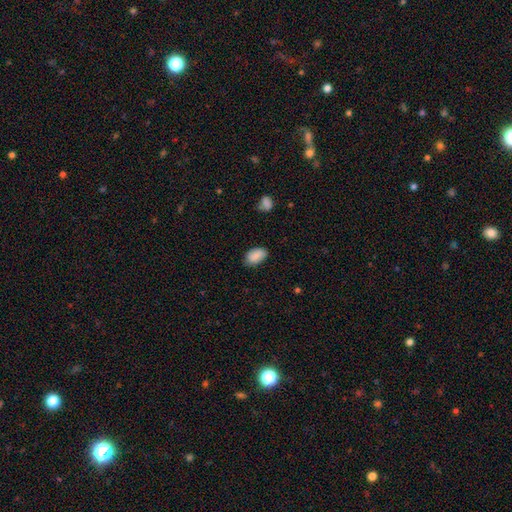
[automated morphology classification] Smooth or featured? Predicted: smooth (p=0.89). How rounded? Predicted: in between (p=0.92). Merging? Predicted: none (p=0.77).